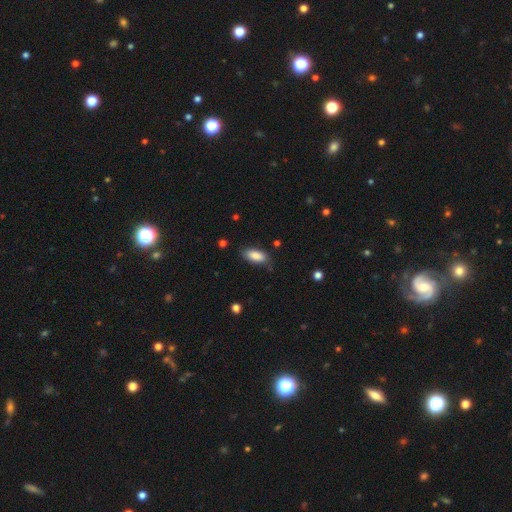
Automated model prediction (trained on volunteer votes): Smooth or featured: smooth — 87% (star or artifact — 7%)
How rounded: in between — 86% (cigar-shaped — 12%)
Merging: none — 80% (minor disturbance — 15%)